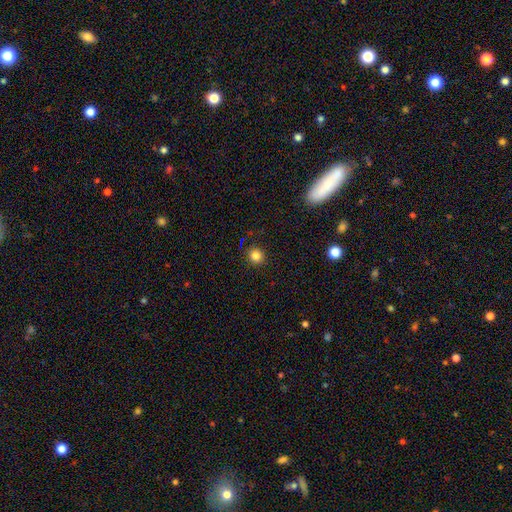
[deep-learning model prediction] Overall: smooth (82%). How rounded: round (90%). Merging: none (89%).